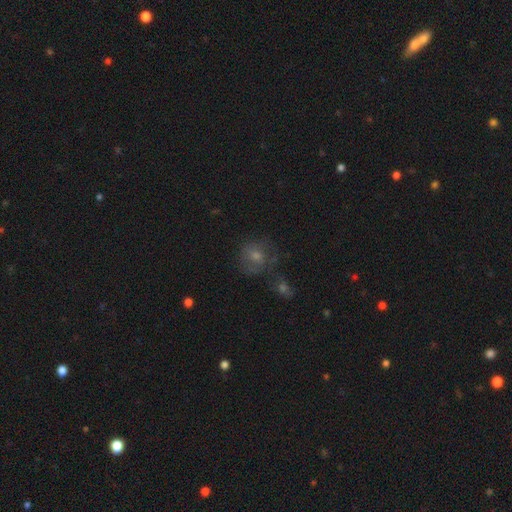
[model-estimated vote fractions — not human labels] Q: Smooth or featured?
A: smooth (44%); runner-up: featured or disk (31%)
Q: Merging?
A: none (63%); runner-up: minor disturbance (17%)